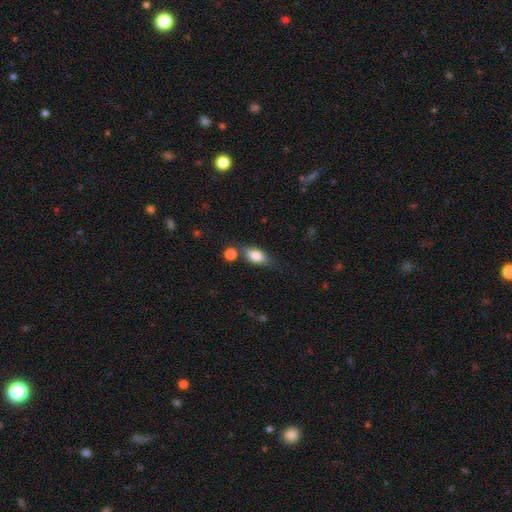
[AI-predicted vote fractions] Q: Smooth or featured?
A: smooth (81%); runner-up: featured or disk (11%)
Q: How rounded?
A: in between (84%); runner-up: round (9%)
Q: Merging?
A: none (62%); runner-up: minor disturbance (17%)